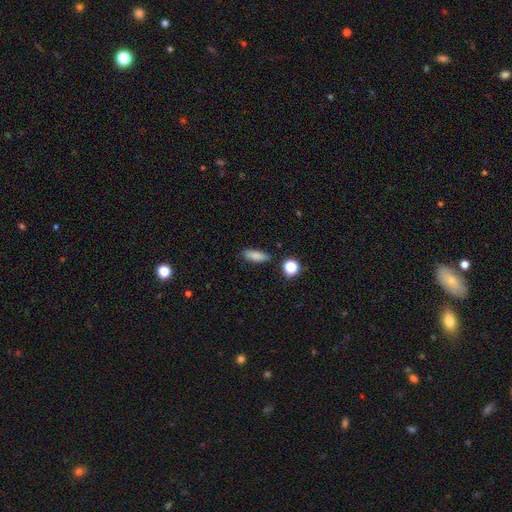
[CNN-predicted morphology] Q: Smooth or featured?
A: smooth (82%); runner-up: star or artifact (10%)
Q: How rounded?
A: in between (66%); runner-up: cigar-shaped (29%)
Q: Merging?
A: none (82%); runner-up: minor disturbance (12%)